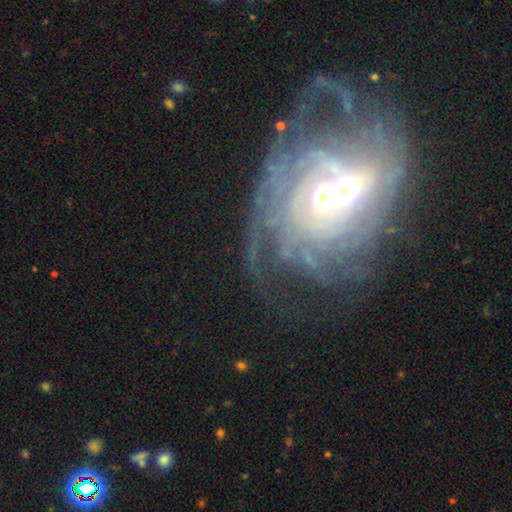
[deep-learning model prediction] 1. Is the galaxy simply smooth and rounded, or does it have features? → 78% featured or disk, 13% star or artifact, 9% smooth.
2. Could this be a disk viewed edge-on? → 96% no, 4% yes.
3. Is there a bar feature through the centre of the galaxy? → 56% no, 29% weak, 15% strong.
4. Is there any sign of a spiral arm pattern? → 82% yes, 18% no.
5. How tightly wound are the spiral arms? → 53% tight, 30% medium, 18% loose.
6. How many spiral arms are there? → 40% can't tell, 15% 2, 14% more than 4, 13% 3, 11% 4, 8% 1.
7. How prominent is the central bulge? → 57% moderate, 27% small, 11% large, 3% dominant, 3% none.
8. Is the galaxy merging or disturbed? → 32% none, 31% merger, 24% major disturbance, 13% minor disturbance.